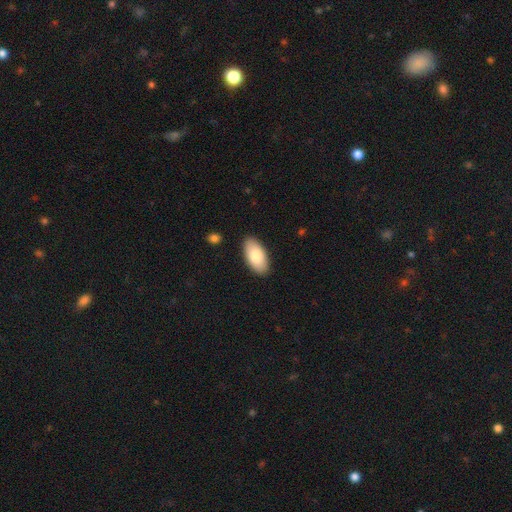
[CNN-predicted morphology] This is clearly a smooth galaxy (82%). How rounded: clearly in between (94%). Merging: clearly none (88%).